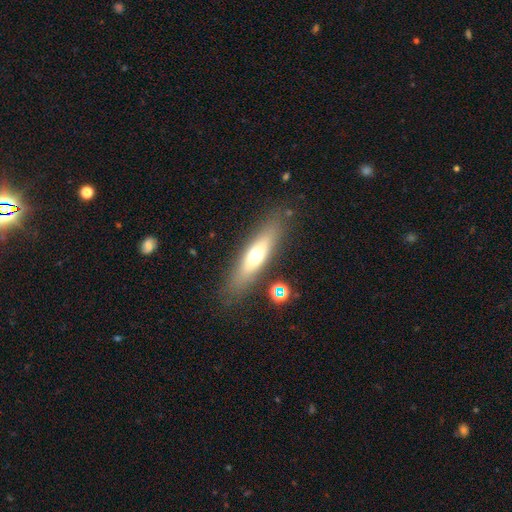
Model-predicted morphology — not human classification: Q: Smooth or featured?
A: smooth (54%); runner-up: featured or disk (37%)
Q: How rounded?
A: cigar-shaped (60%); runner-up: in between (37%)
Q: Merging?
A: none (83%); runner-up: minor disturbance (10%)